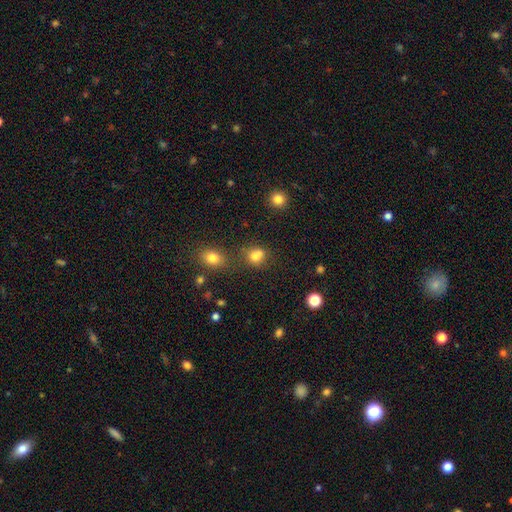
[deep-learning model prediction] Smooth or featured?
  - smooth: 75% *
  - star or artifact: 16%
  - featured or disk: 9%
How rounded?
  - round: 62% *
  - in between: 36%
  - cigar-shaped: 1%
Merging?
  - none: 48% *
  - merger: 32%
  - minor disturbance: 14%
  - major disturbance: 6%